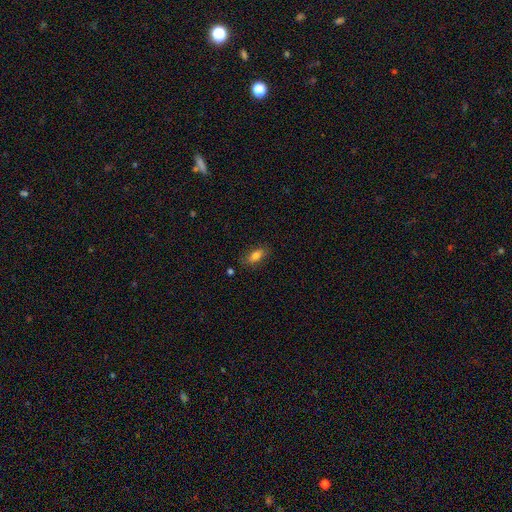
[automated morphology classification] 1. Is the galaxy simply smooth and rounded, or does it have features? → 78% smooth, 13% featured or disk, 9% star or artifact.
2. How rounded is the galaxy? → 79% in between, 17% cigar-shaped, 4% round.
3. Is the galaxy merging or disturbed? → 81% none, 14% minor disturbance, 3% major disturbance, 2% merger.